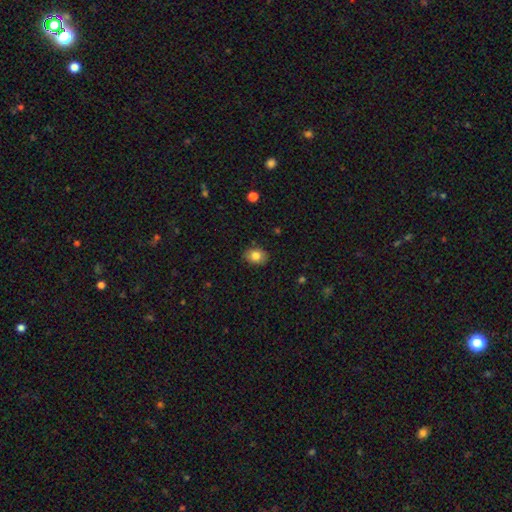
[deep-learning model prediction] smooth-or-featured: smooth: 82% | featured or disk: 9% | star or artifact: 9%
  how-rounded: in between: 68% | round: 31% | cigar-shaped: 1%
  merging: none: 85% | minor disturbance: 11% | major disturbance: 2% | merger: 1%